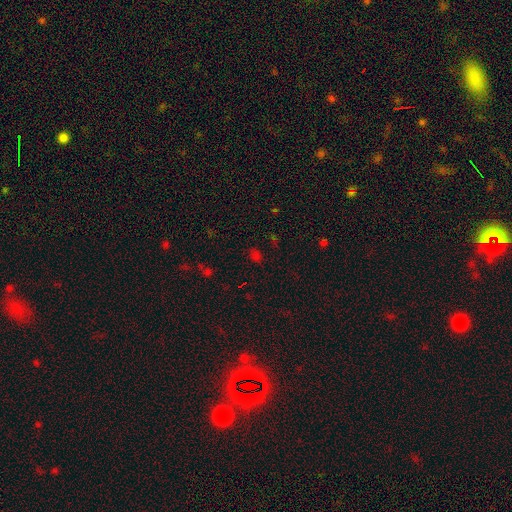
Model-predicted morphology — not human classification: smooth_or_featured: smooth (p=0.52) [alt: star or artifact p=0.42]
how_rounded: in between (p=0.63) [alt: round p=0.34]
merging: none (p=0.74) [alt: minor disturbance p=0.15]